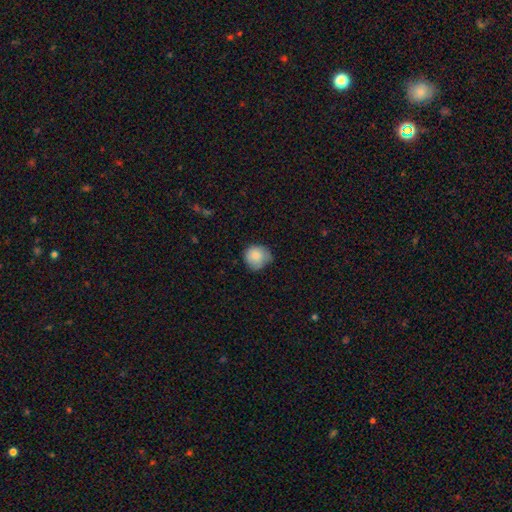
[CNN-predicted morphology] The model was most divided on "merging": none: 55%, minor disturbance: 36%, major disturbance: 7%, merger: 2%. More confident: how rounded — round (89%); smooth or featured — smooth (84%).